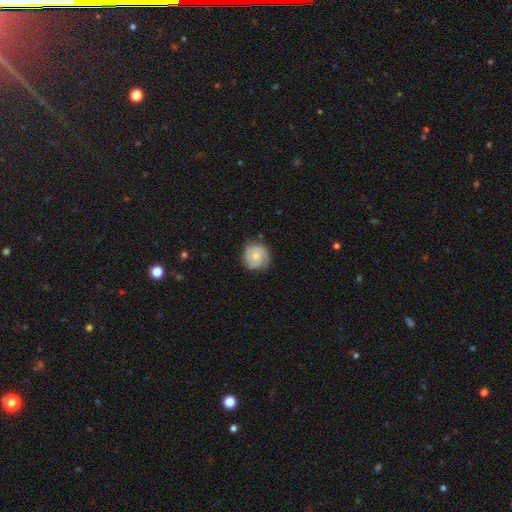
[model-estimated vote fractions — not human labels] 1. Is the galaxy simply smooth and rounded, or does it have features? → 58% smooth, 35% featured or disk, 7% star or artifact.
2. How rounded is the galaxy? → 90% round, 9% in between, 1% cigar-shaped.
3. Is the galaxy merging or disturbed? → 74% none, 20% minor disturbance, 4% major disturbance, 1% merger.